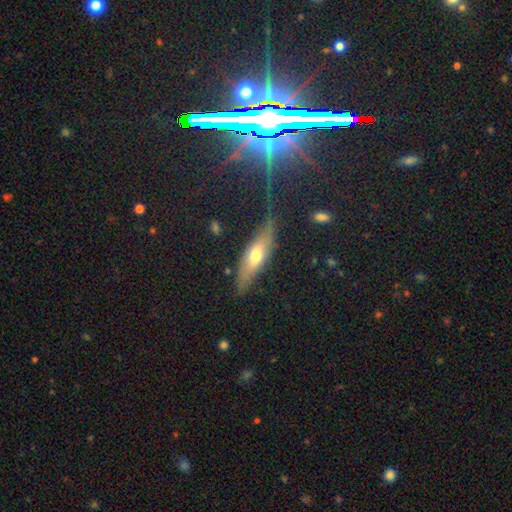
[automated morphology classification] smooth-or-featured: smooth: 51% | featured or disk: 41% | star or artifact: 7%
  how-rounded: cigar-shaped: 54% | in between: 43% | round: 3%
  merging: none: 73% | minor disturbance: 18% | major disturbance: 6% | merger: 2%